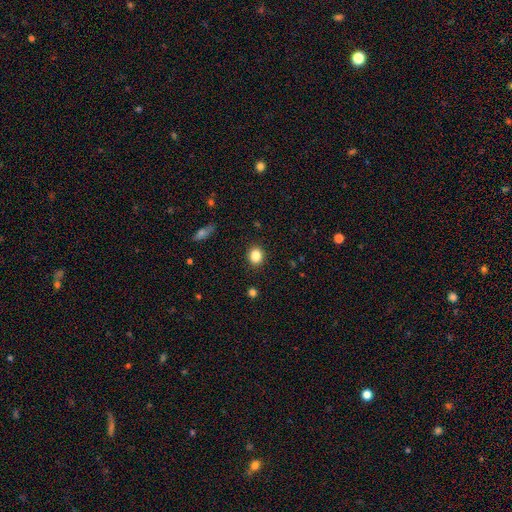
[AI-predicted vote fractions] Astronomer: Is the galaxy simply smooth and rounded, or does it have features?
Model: smooth — 85%.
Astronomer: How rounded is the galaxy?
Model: round — 69%.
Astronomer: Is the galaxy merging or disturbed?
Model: none — 90%.